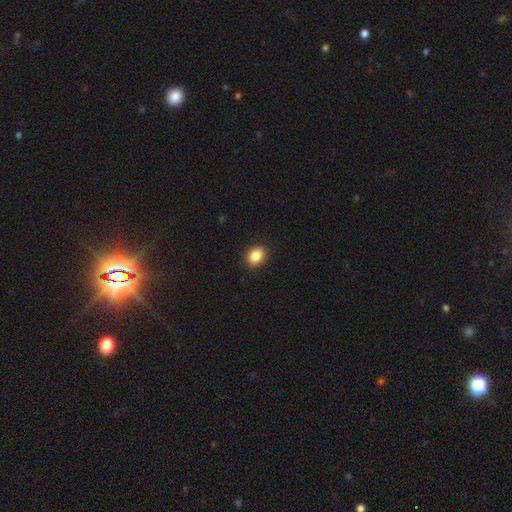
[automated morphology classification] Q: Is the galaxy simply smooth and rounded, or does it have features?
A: smooth — 86%.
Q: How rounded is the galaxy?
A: in between — 51%.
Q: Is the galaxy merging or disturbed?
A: none — 89%.